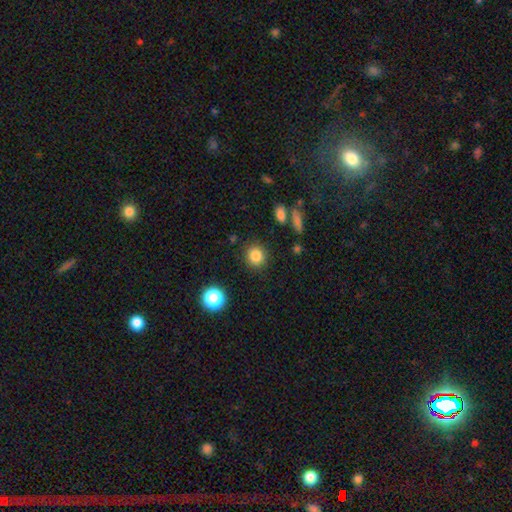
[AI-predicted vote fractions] smooth 84%, star or artifact 11%, featured or disk 5%. Down the decision tree: how rounded — round (86%); merging — none (88%).